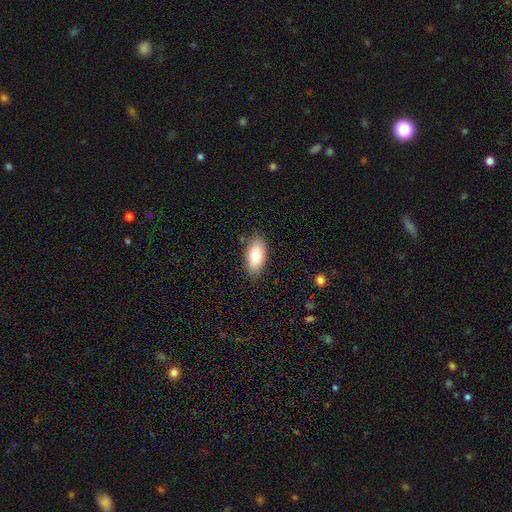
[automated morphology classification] type=smooth (75%); roundness=in between (91%); merging=none (85%).